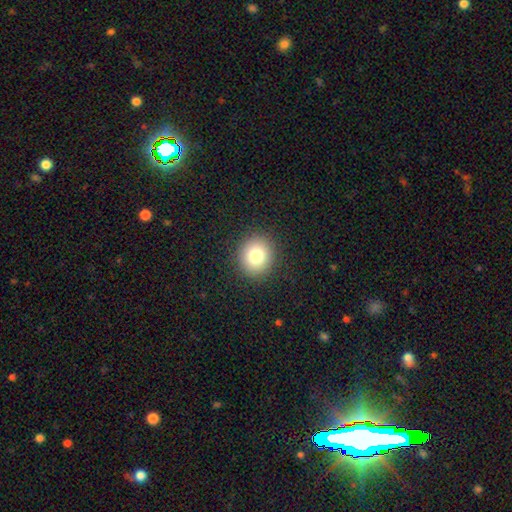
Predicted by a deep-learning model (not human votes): Q: Smooth or featured?
A: smooth (79%); runner-up: star or artifact (12%)
Q: How rounded?
A: round (85%); runner-up: in between (14%)
Q: Merging?
A: none (91%); runner-up: minor disturbance (6%)